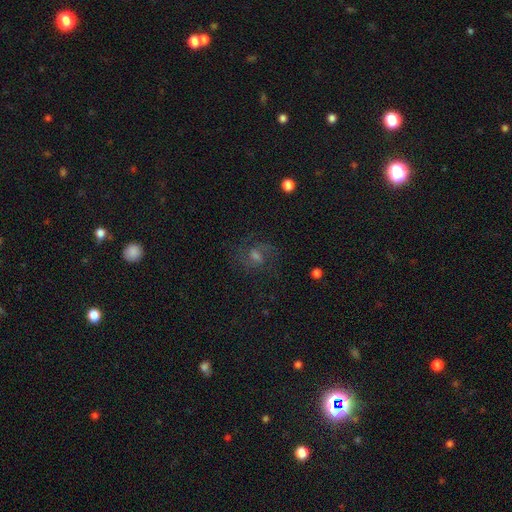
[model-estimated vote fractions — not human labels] This is possibly a featured or disk galaxy (60%). It is clearly not viewed edge-on (97%). Bar: possibly weak (50%). Spiral arm pattern: clearly yes (90%). Spiral arm count: likely 2 (73%). Spiral winding: possibly medium (54%). Central bulge: possibly moderate (49%). Merging: likely none (72%).